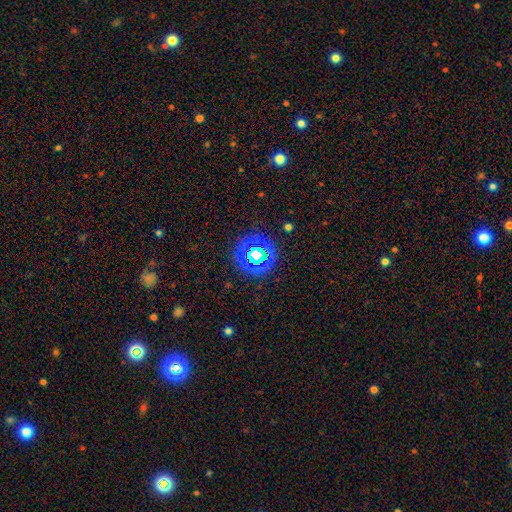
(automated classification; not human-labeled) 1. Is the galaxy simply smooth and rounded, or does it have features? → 70% star or artifact, 21% smooth, 9% featured or disk.